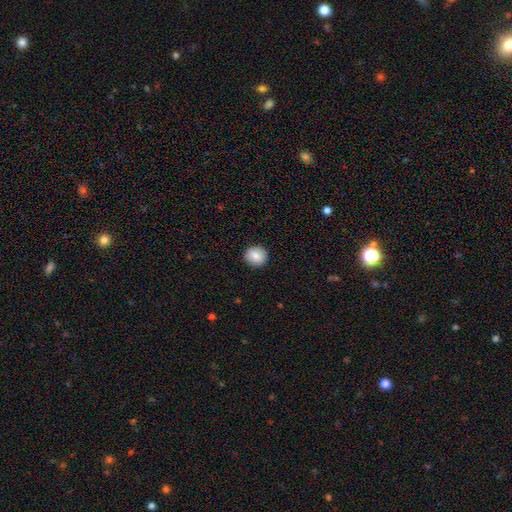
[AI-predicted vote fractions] Smooth or featured?
  - smooth: 86% *
  - star or artifact: 8%
  - featured or disk: 6%
How rounded?
  - round: 86% *
  - in between: 13%
  - cigar-shaped: 1%
Merging?
  - none: 91% *
  - minor disturbance: 6%
  - major disturbance: 2%
  - merger: 1%